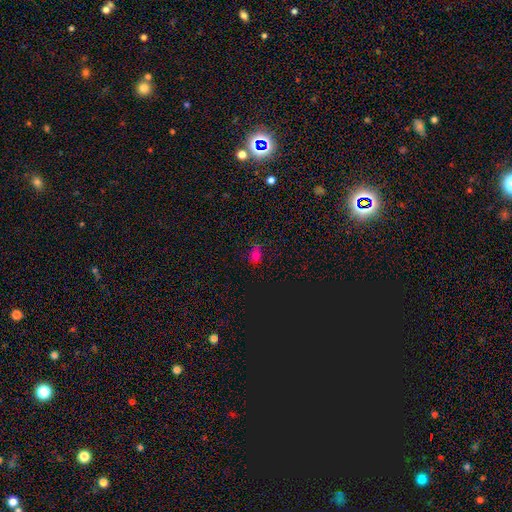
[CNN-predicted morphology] smooth-or-featured: smooth: 66% | star or artifact: 26% | featured or disk: 8%
  how-rounded: in between: 50% | round: 48% | cigar-shaped: 2%
  merging: none: 65% | minor disturbance: 25% | major disturbance: 8% | merger: 2%